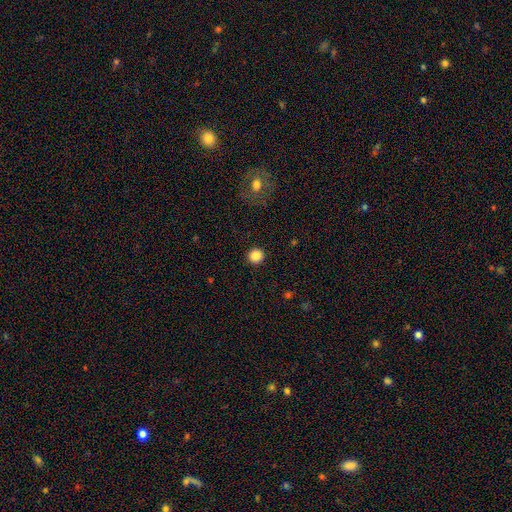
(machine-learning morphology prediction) Smooth or featured? smooth (87%)
How rounded? round (94%)
Merging? none (93%)